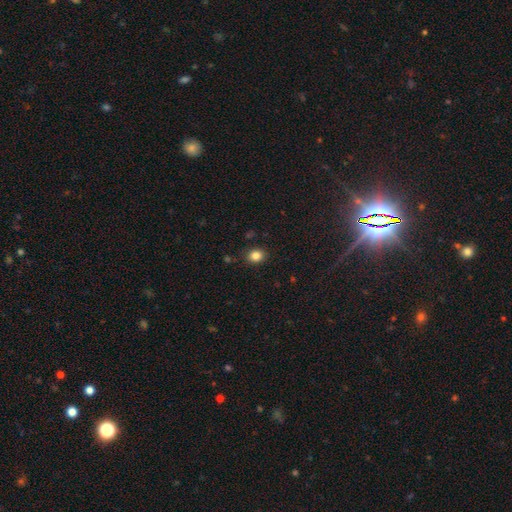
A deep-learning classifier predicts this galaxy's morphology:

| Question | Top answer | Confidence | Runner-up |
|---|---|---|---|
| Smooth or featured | smooth | 85% | star or artifact (11%) |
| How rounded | round | 58% | in between (41%) |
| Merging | none | 86% | minor disturbance (9%) |